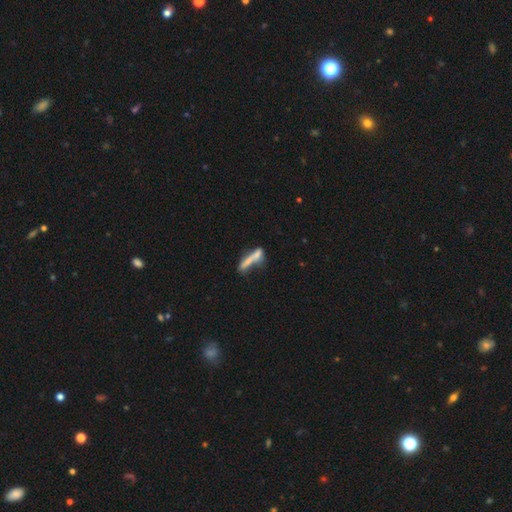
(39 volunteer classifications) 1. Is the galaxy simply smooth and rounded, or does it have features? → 59% smooth, 38% featured or disk, 3% star or artifact.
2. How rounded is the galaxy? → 74% cigar-shaped, 26% in between, 0% round.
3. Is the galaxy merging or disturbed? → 39% merger, 29% none, 21% minor disturbance, 11% major disturbance.